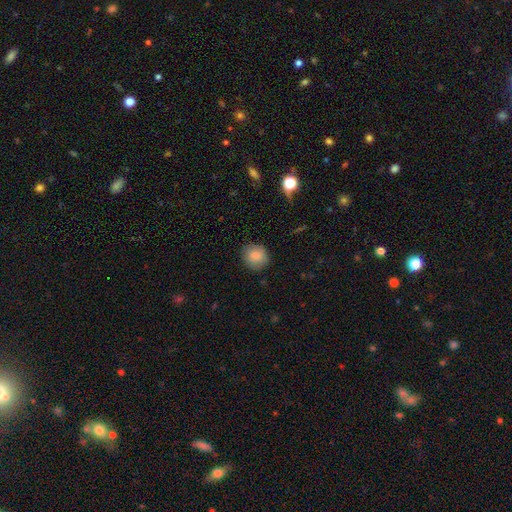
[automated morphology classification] Smooth or featured? smooth (85%)
How rounded? round (86%)
Merging? none (86%)